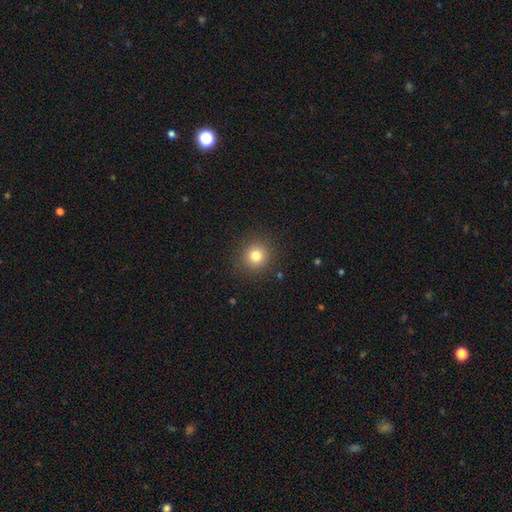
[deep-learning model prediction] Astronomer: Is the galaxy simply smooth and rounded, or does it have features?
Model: smooth — 79%.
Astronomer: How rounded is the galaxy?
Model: round — 92%.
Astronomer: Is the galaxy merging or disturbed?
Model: none — 90%.